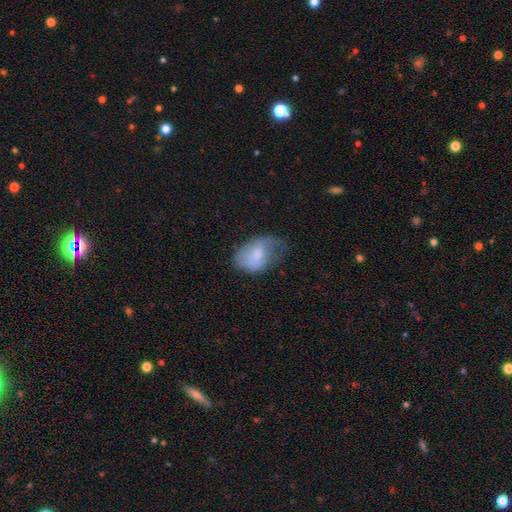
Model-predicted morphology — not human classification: The model was most divided on "merging": minor disturbance: 38%, major disturbance: 32%, none: 29%, merger: 2%. More confident: how rounded — in between (85%); smooth or featured — smooth (58%).